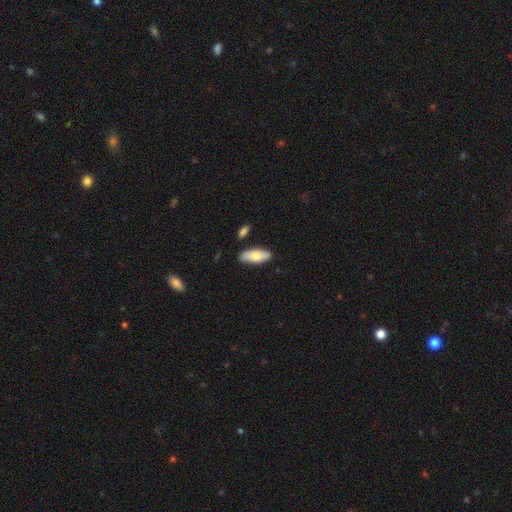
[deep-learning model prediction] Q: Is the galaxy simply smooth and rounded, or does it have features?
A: smooth — 72%.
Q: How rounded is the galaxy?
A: in between — 80%.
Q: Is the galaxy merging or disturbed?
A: none — 83%.